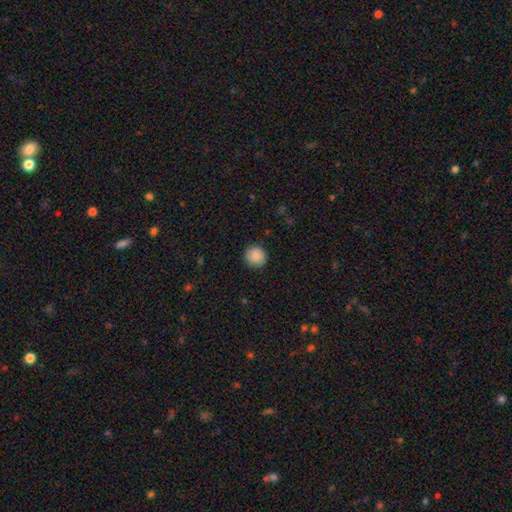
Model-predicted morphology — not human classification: This appears to be a smooth galaxy with no disk features (88%) that is round (93%). Merging: none (90%).